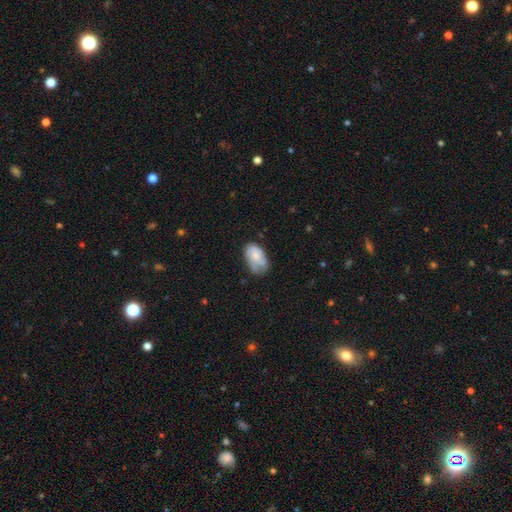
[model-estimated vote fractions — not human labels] Smooth or featured? smooth (58%)
How rounded? in between (91%)
Merging? none (50%)